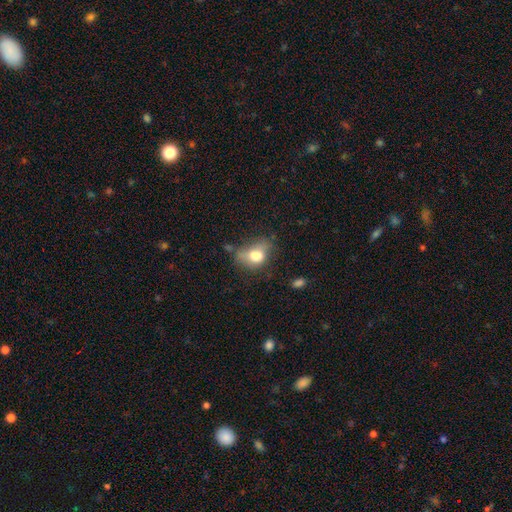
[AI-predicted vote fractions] A smooth galaxy with no disk features (72%) that is in between round and cigar-shaped (74%).

Vote fractions:
- Smooth or featured? smooth: 72% / featured or disk: 18% / star or artifact: 10%
- How rounded? in between: 74% / round: 24% / cigar-shaped: 2%
- Merging? none: 33% / minor disturbance: 32% / major disturbance: 24% / merger: 11%